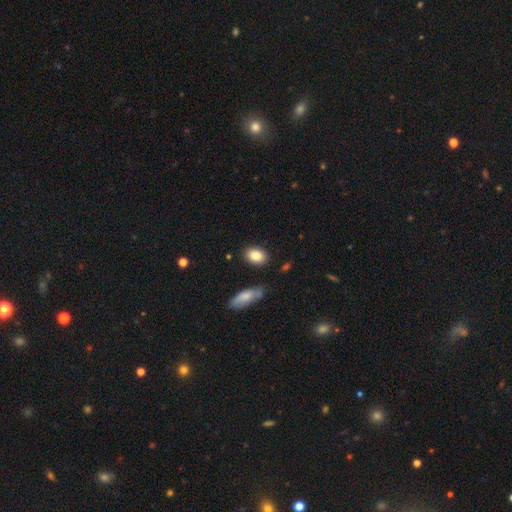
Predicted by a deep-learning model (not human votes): This appears to be a smooth galaxy with no disk features (86%) that is in between round and cigar-shaped (77%). Merging: none (84%).